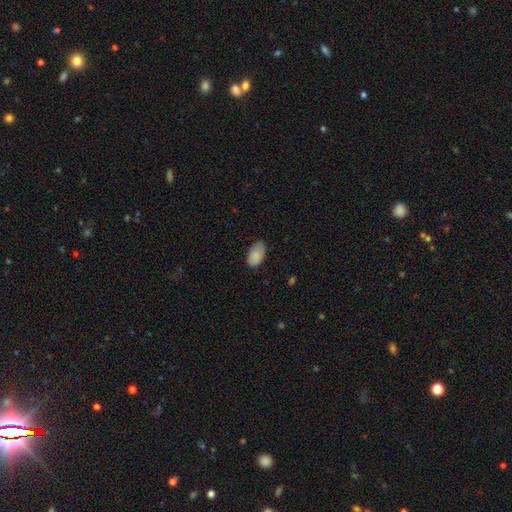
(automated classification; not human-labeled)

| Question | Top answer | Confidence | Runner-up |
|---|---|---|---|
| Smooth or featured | smooth | 88% | star or artifact (7%) |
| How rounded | in between | 95% | round (4%) |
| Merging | none | 72% | minor disturbance (23%) |